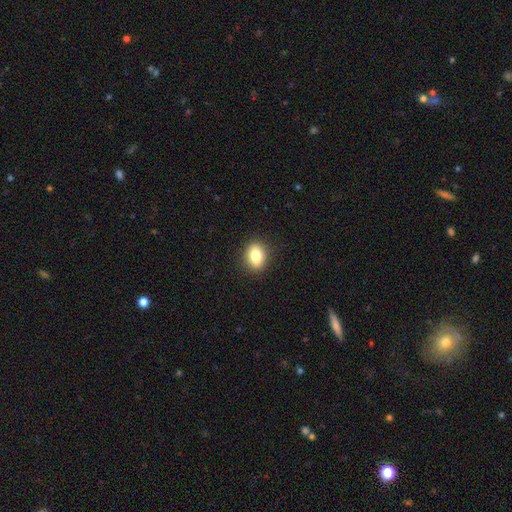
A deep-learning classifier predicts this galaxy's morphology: Overall: smooth (84%). How rounded: in between (70%). Merging: none (89%).